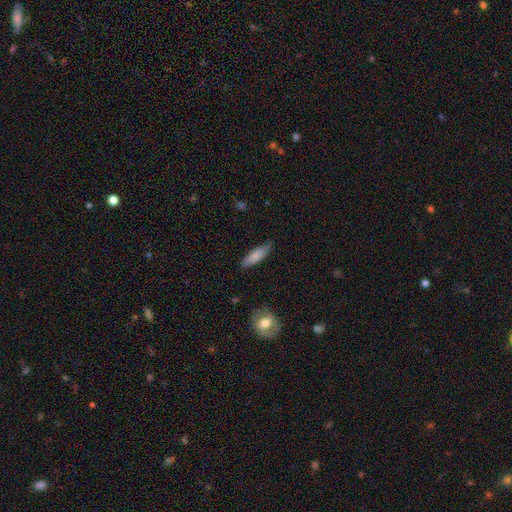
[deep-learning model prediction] This is clearly a smooth galaxy (82%). How rounded: possibly cigar-shaped (51%). Merging: likely none (78%).